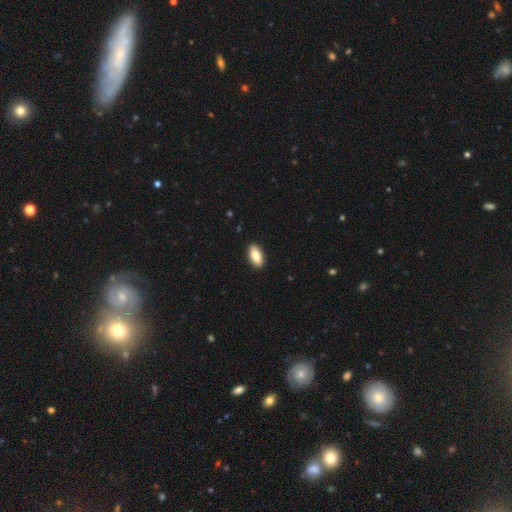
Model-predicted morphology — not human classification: A smooth galaxy with no disk features (82%) that is in between round and cigar-shaped (91%). Merging: none (91%).